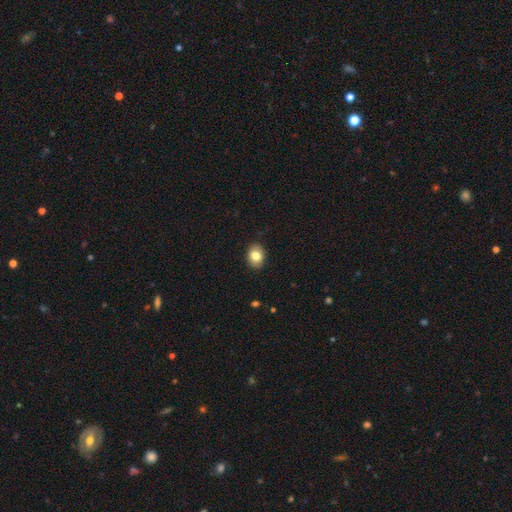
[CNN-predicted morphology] Smooth or featured: smooth — 82% (featured or disk — 9%)
How rounded: in between — 62% (round — 37%)
Merging: none — 89% (minor disturbance — 8%)